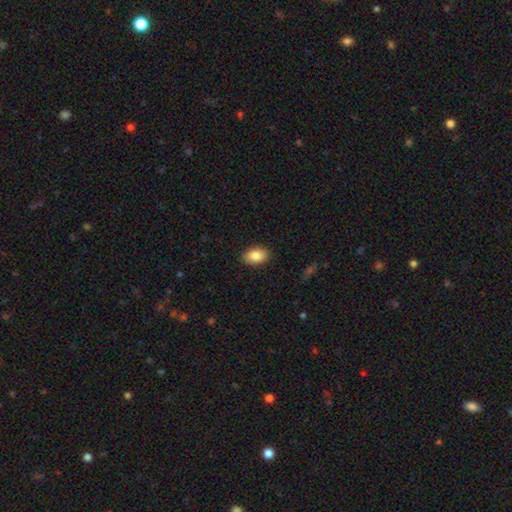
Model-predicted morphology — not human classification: This is clearly a smooth galaxy (86%). How rounded: clearly in between (90%). Merging: clearly none (89%).